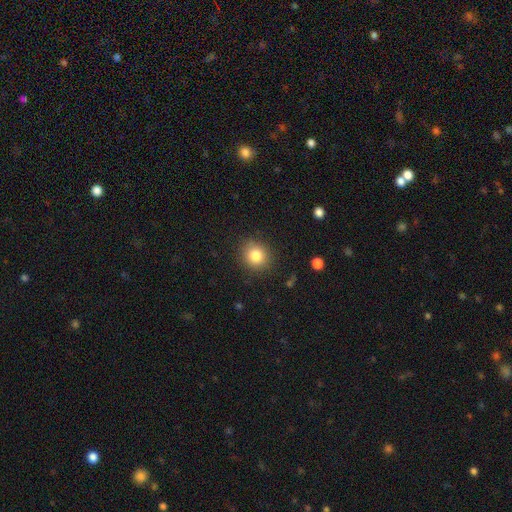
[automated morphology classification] Smooth or featured? Predicted: smooth (p=0.82). How rounded? Predicted: round (p=0.83). Merging? Predicted: none (p=0.89).